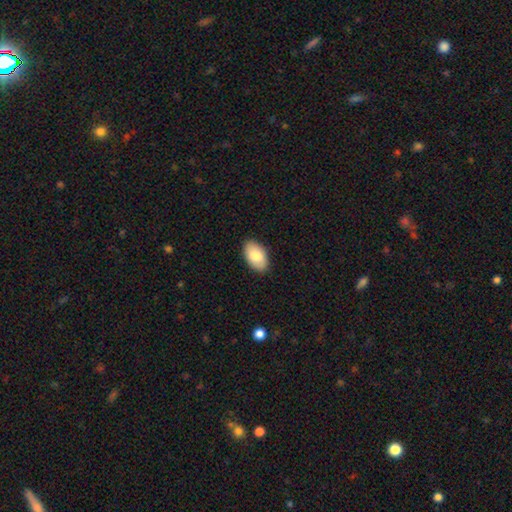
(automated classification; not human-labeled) smooth 82%, featured or disk 12%, star or artifact 6%. Down the decision tree: how rounded — in between (94%); merging — none (88%).